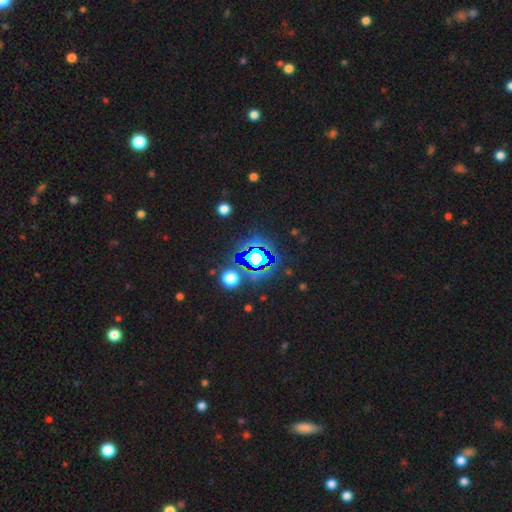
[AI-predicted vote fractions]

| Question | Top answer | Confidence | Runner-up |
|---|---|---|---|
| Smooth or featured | star or artifact | 77% | smooth (15%) |